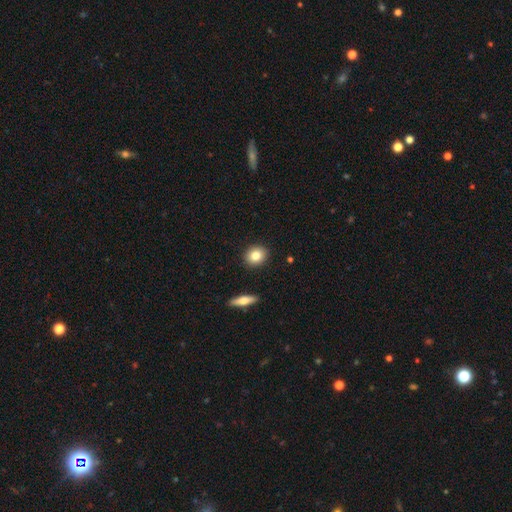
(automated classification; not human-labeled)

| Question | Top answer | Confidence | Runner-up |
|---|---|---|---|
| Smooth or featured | smooth | 82% | featured or disk (10%) |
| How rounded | round | 68% | in between (30%) |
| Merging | none | 91% | minor disturbance (6%) |